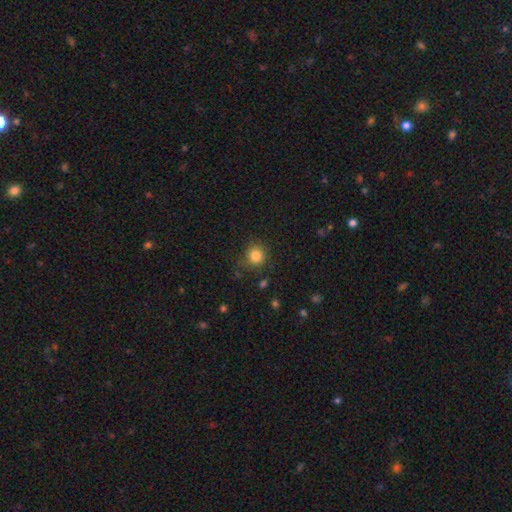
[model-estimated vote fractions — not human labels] A smooth galaxy with no disk features (83%) that is round (90%).

Vote fractions:
- Smooth or featured? smooth: 83% / star or artifact: 12% / featured or disk: 6%
- How rounded? round: 90% / in between: 9% / cigar-shaped: 1%
- Merging? none: 79% / minor disturbance: 14% / major disturbance: 4% / merger: 2%